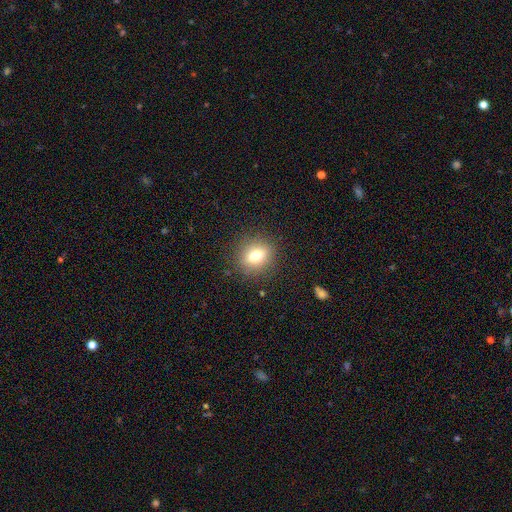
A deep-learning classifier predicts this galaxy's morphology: Smooth or featured: smooth — 71% (featured or disk — 18%)
How rounded: round — 64% (in between — 33%)
Merging: none — 88% (minor disturbance — 8%)